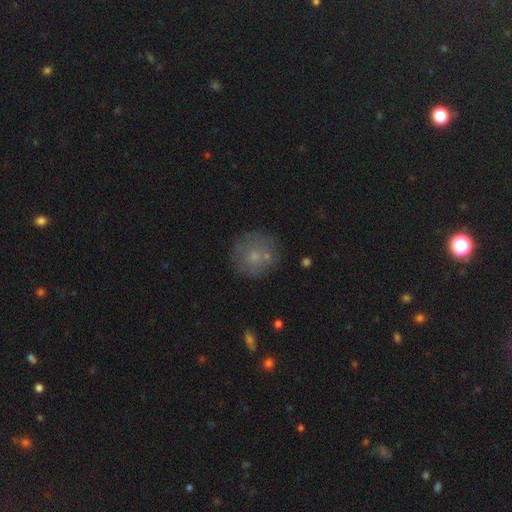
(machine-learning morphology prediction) type=smooth (65%); roundness=round (92%); merging=none (73%).